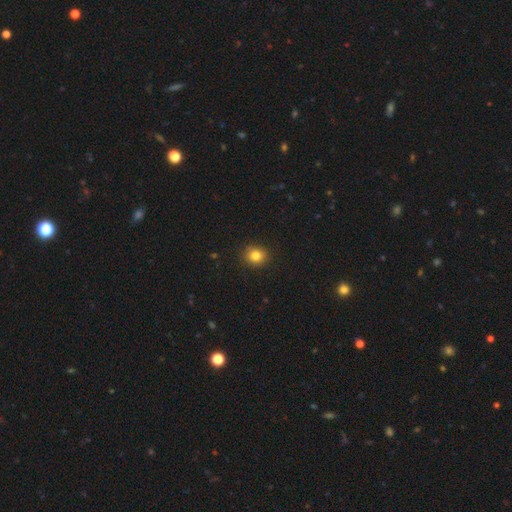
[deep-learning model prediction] Smooth or featured: smooth — 82% (star or artifact — 12%)
How rounded: round — 84% (in between — 15%)
Merging: none — 92% (minor disturbance — 6%)